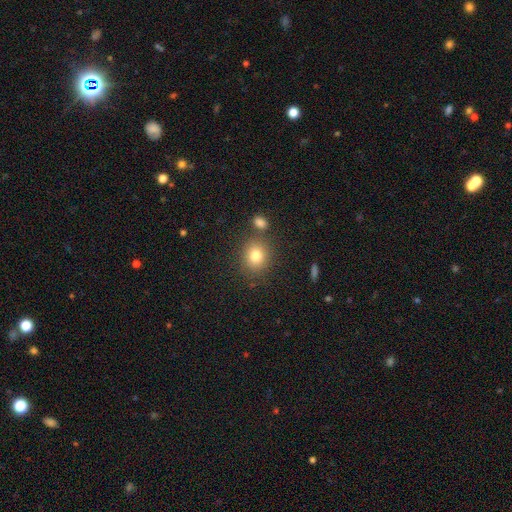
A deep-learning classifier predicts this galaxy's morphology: The model was most divided on "how rounded": round: 71%, in between: 28%, cigar-shaped: 1%. More confident: smooth or featured — smooth (80%); merging — none (76%).